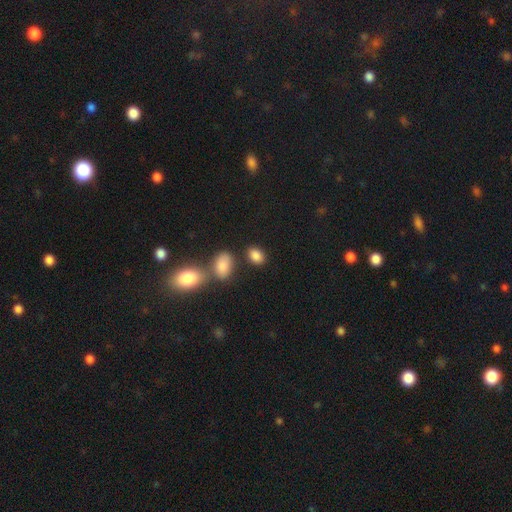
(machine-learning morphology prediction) The model was most divided on "merging": none: 75%, minor disturbance: 12%, merger: 9%, major disturbance: 4%. More confident: smooth or featured — smooth (86%); how rounded — in between (83%).